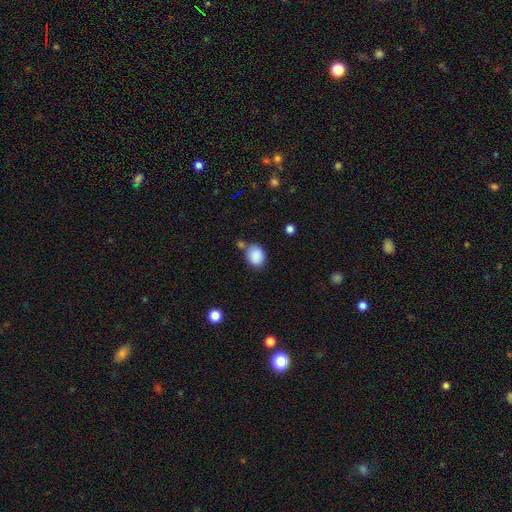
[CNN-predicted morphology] A smooth galaxy with no disk features (88%) that is in between round and cigar-shaped (52%).

Vote fractions:
- Smooth or featured? smooth: 88% / star or artifact: 8% / featured or disk: 4%
- How rounded? in between: 52% / round: 47% / cigar-shaped: 1%
- Merging? none: 66% / minor disturbance: 16% / merger: 13% / major disturbance: 5%